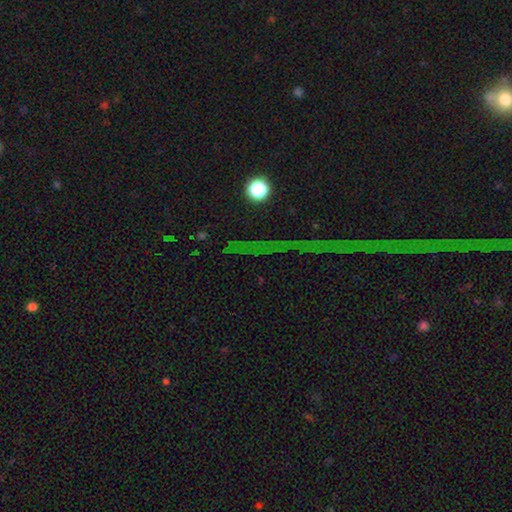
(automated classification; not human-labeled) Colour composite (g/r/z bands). It shows a star or artifact, not a galaxy (76%).